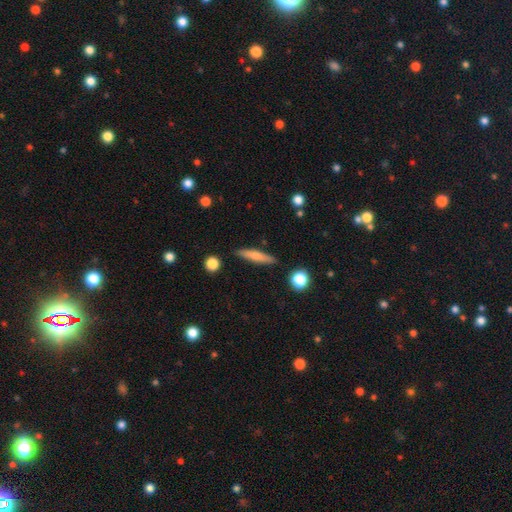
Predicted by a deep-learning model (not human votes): This is likely a smooth galaxy (62%). How rounded: clearly cigar-shaped (86%). Merging: clearly none (87%).